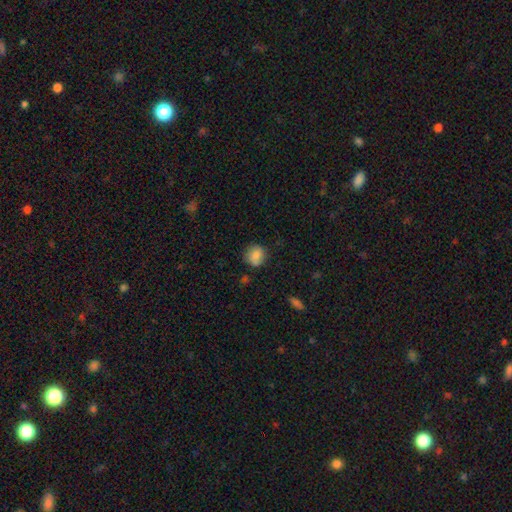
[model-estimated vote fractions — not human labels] Overall: smooth (81%). How rounded: round (77%). Merging: none (74%).